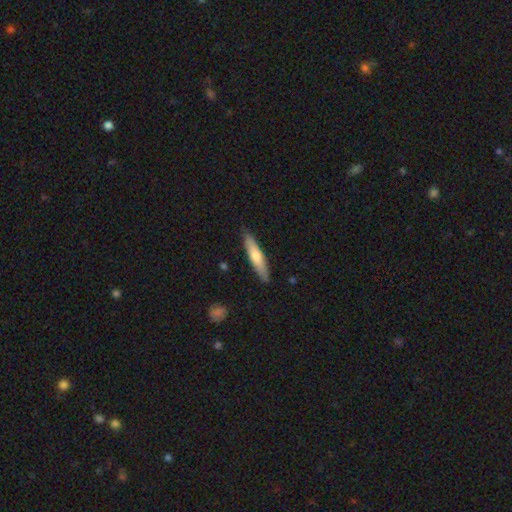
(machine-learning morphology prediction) Smooth or featured?
  - smooth: 63% *
  - featured or disk: 32%
  - star or artifact: 5%
How rounded?
  - cigar-shaped: 84% *
  - in between: 14%
  - round: 1%
Merging?
  - none: 87% *
  - minor disturbance: 10%
  - major disturbance: 2%
  - merger: 1%